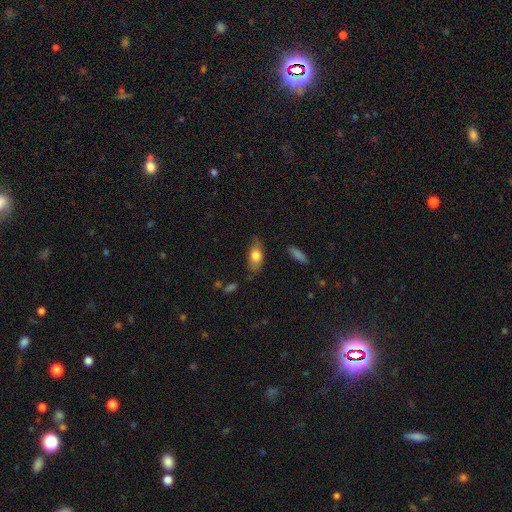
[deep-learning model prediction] The model was most divided on "merging": none: 65%, minor disturbance: 26%, major disturbance: 6%, merger: 3%. More confident: how rounded — in between (84%); smooth or featured — smooth (74%).